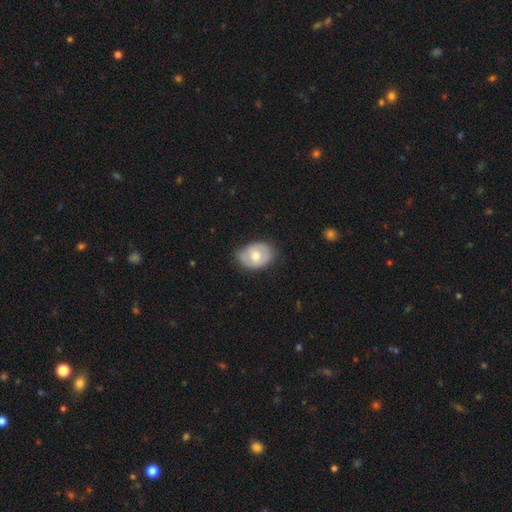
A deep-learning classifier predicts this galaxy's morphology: smooth 63%, featured or disk 31%, star or artifact 7%. Down the decision tree: how rounded — in between (73%); merging — none (71%).